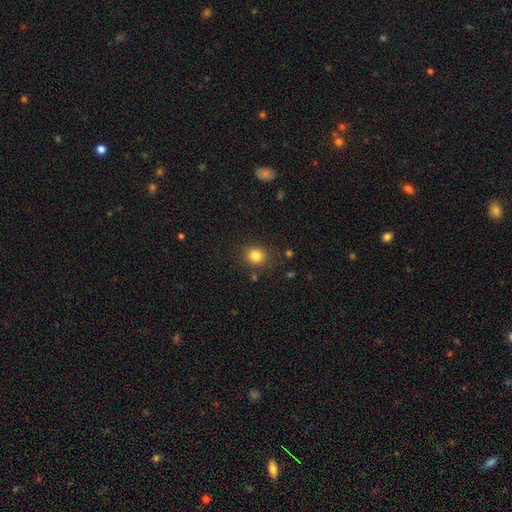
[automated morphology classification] This is clearly a smooth galaxy (82%). How rounded: likely round (72%). Merging: clearly none (83%).